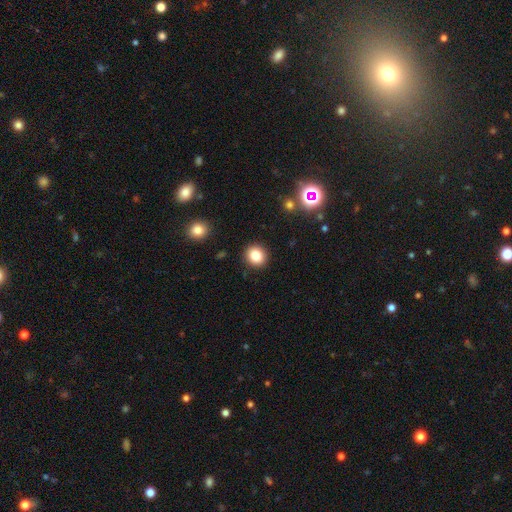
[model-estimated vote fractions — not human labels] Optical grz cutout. It shows a smooth galaxy with no disk features (83%) that is round (81%). Merging: none (91%).